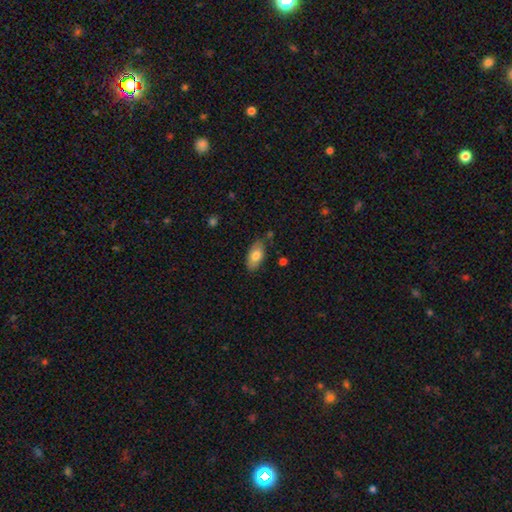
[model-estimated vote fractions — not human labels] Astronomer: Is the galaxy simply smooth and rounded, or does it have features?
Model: smooth — 77%.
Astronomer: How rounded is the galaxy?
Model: in between — 92%.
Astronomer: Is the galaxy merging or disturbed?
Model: none — 77%.